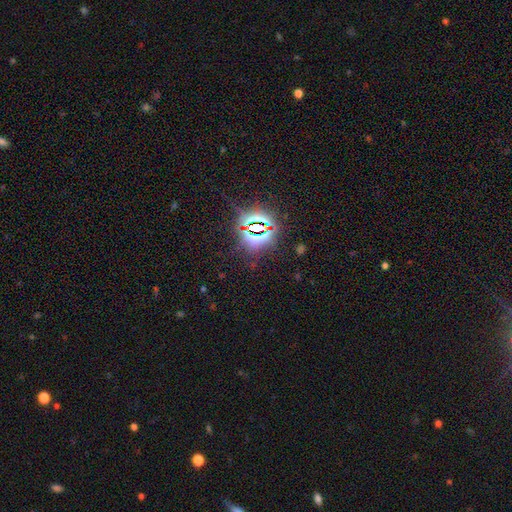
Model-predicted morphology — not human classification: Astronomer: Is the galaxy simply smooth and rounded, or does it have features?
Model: star or artifact — 84%.